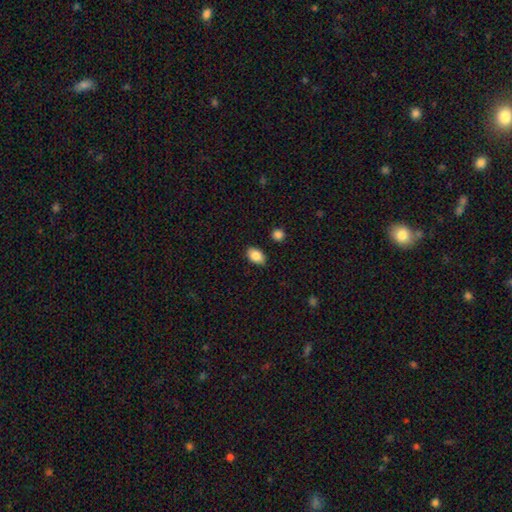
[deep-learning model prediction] This appears to be a smooth galaxy with no disk features (86%) that is in between round and cigar-shaped (84%). Merging: none (86%).